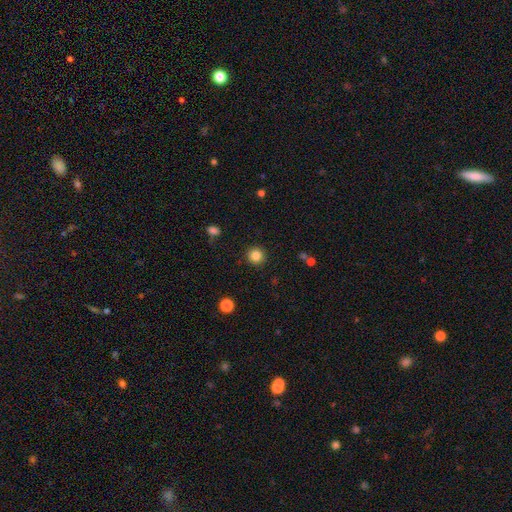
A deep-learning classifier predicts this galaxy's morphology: Q: Smooth or featured?
A: smooth (85%); runner-up: star or artifact (11%)
Q: How rounded?
A: round (95%); runner-up: in between (4%)
Q: Merging?
A: none (91%); runner-up: minor disturbance (5%)